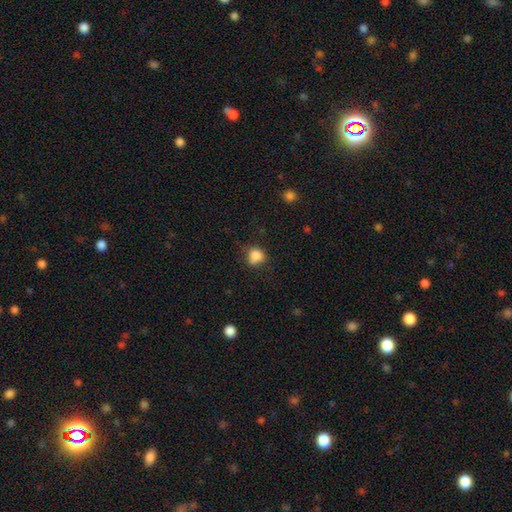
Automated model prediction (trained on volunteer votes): smooth_or_featured: smooth (p=0.83) [alt: star or artifact p=0.11]
how_rounded: round (p=0.68) [alt: in between p=0.31]
merging: none (p=0.55) [alt: minor disturbance p=0.29]